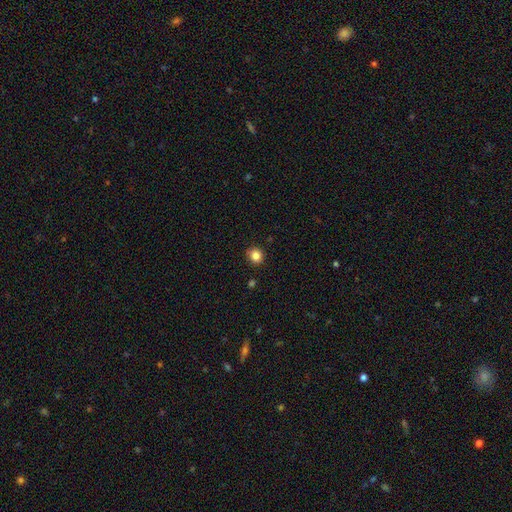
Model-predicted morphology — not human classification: Q: Smooth or featured?
A: smooth (84%); runner-up: star or artifact (11%)
Q: How rounded?
A: round (88%); runner-up: in between (11%)
Q: Merging?
A: none (90%); runner-up: minor disturbance (7%)